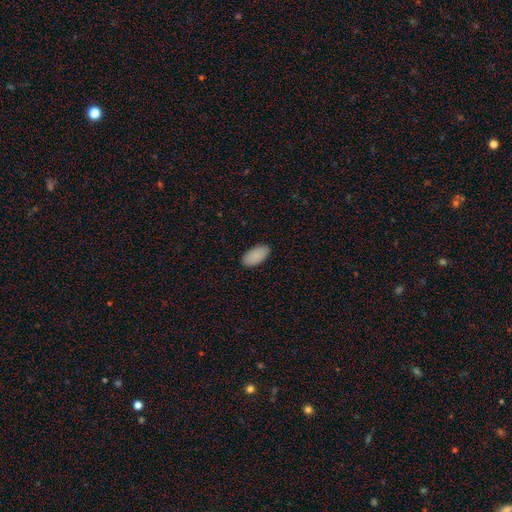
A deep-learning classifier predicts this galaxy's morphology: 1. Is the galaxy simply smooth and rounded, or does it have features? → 90% smooth, 6% star or artifact, 4% featured or disk.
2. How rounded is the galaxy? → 96% in between, 2% cigar-shaped, 2% round.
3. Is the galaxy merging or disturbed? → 87% none, 10% minor disturbance, 2% major disturbance, 1% merger.